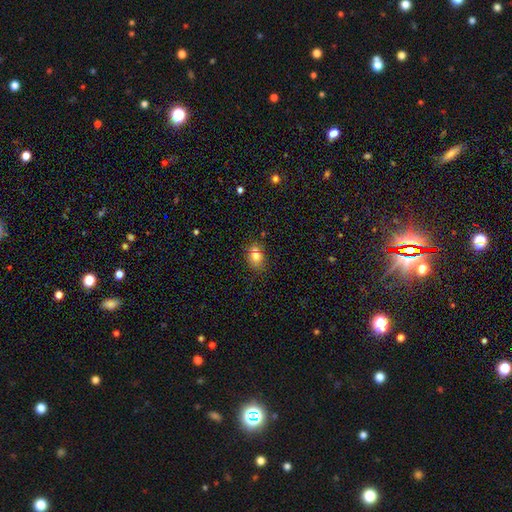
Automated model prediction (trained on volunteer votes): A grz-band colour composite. It shows a smooth galaxy with no disk features (75%) that is in between round and cigar-shaped (56%). Merging: none (56%).